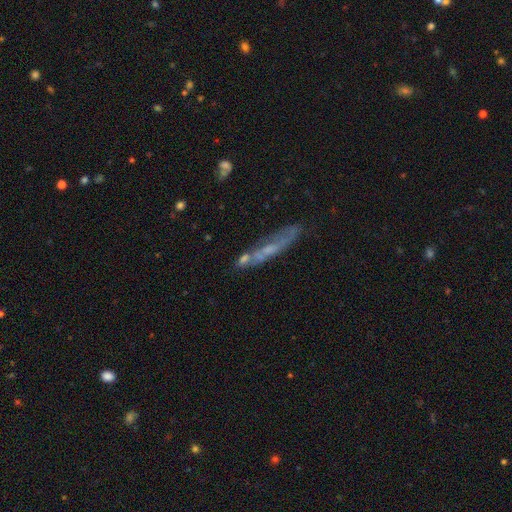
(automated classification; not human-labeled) The model was most divided on "edge-on disk": yes: 58%, no: 42%. More confident: merging — none (58%); smooth or featured — featured or disk (53%).